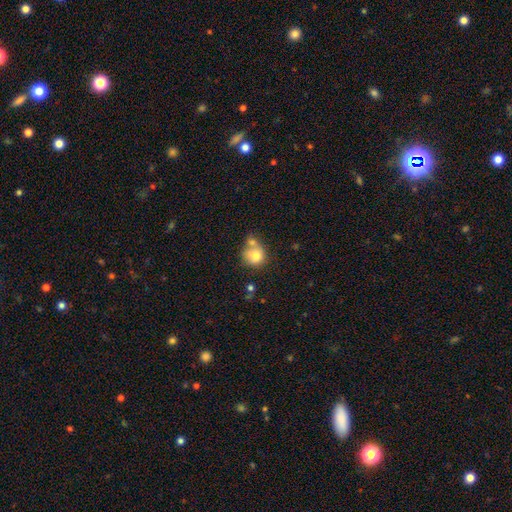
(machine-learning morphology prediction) The model was most divided on "merging": merger: 43%, none: 37%, minor disturbance: 14%, major disturbance: 6%. More confident: how rounded — round (79%); smooth or featured — smooth (75%).